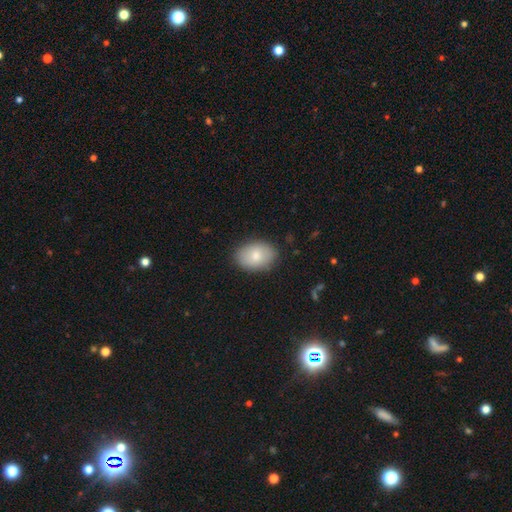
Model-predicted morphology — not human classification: Overall: smooth (81%). How rounded: in between (82%). Merging: none (85%).